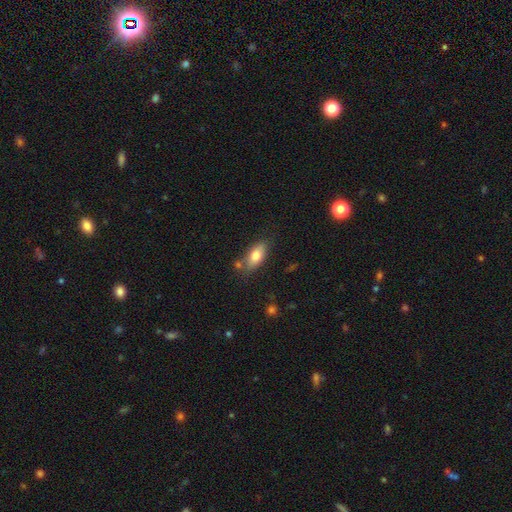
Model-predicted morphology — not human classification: Q: Smooth or featured?
A: smooth (74%); runner-up: featured or disk (19%)
Q: How rounded?
A: in between (81%); runner-up: cigar-shaped (15%)
Q: Merging?
A: none (71%); runner-up: minor disturbance (17%)